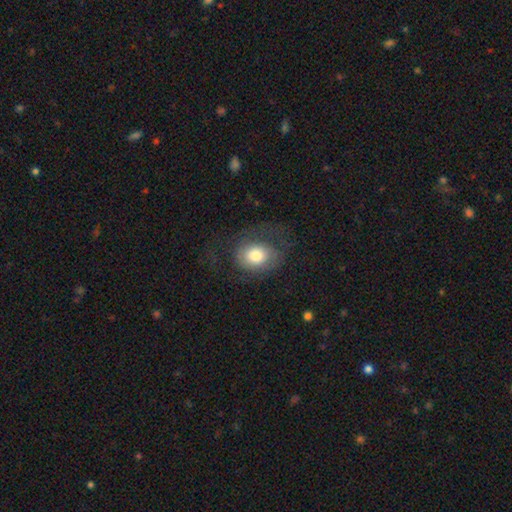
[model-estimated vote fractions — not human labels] Q: Smooth or featured?
A: smooth (62%); runner-up: featured or disk (30%)
Q: How rounded?
A: in between (54%); runner-up: round (45%)
Q: Merging?
A: none (54%); runner-up: major disturbance (25%)